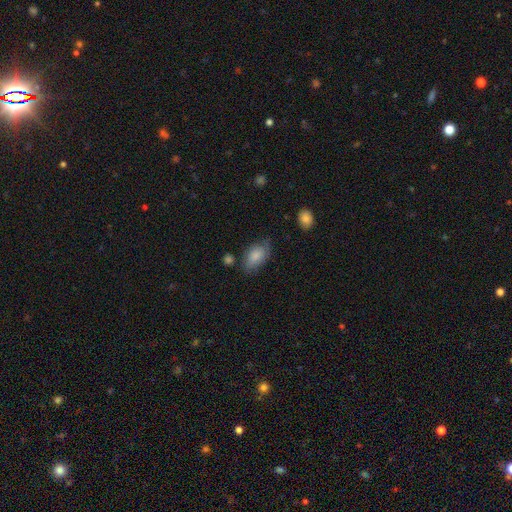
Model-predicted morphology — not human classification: type=smooth (84%); roundness=in between (92%); merging=none (65%).